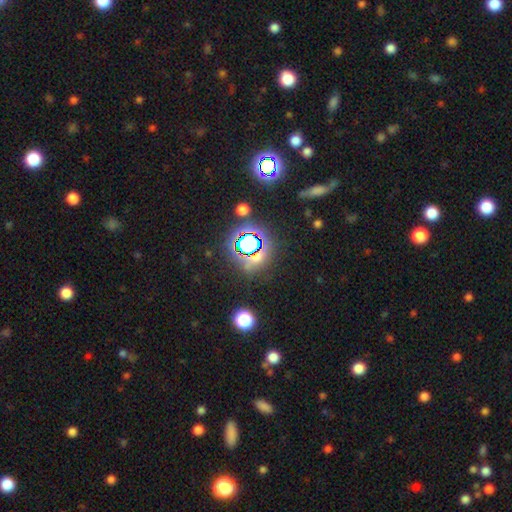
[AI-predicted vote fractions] The model was most divided on "smooth or featured": star or artifact: 64%, smooth: 25%, featured or disk: 10%.